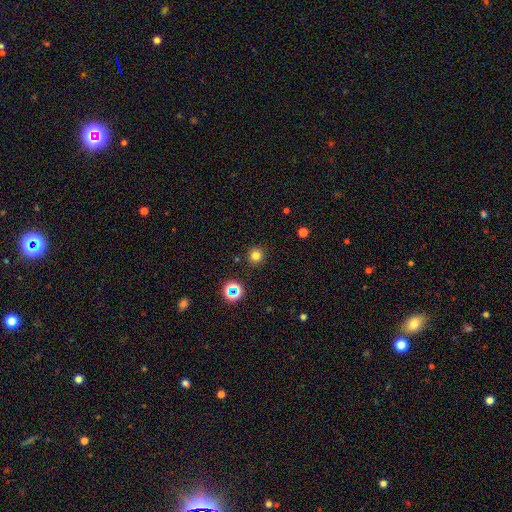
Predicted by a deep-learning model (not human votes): Smooth or featured: smooth — 77% (star or artifact — 17%)
How rounded: round — 94% (in between — 5%)
Merging: none — 90% (minor disturbance — 6%)